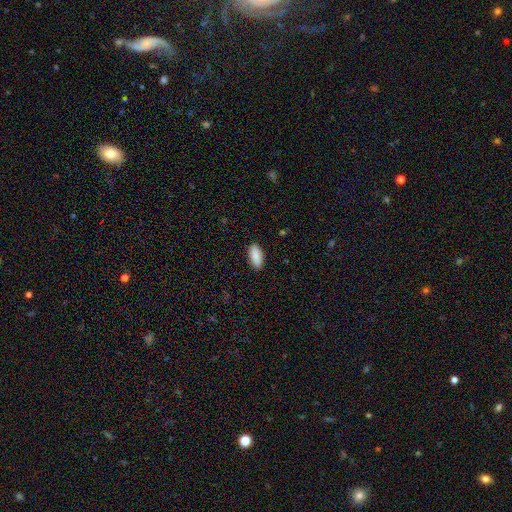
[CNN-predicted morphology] smooth_or_featured: smooth (p=0.89) [alt: star or artifact p=0.06]
how_rounded: in between (p=0.90) [alt: cigar-shaped p=0.08]
merging: none (p=0.89) [alt: minor disturbance p=0.08]